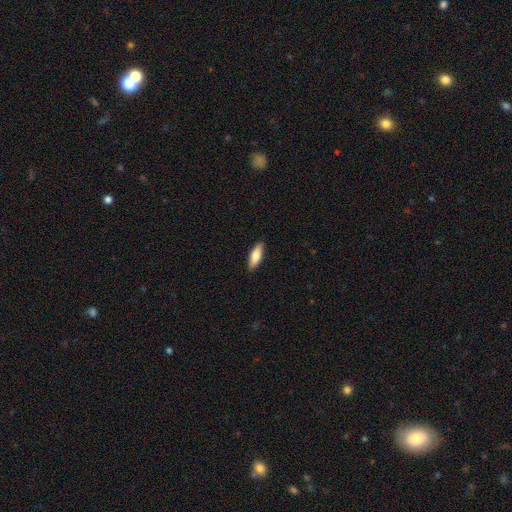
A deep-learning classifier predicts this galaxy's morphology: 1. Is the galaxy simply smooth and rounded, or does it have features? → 77% smooth, 17% featured or disk, 6% star or artifact.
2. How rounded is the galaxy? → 58% in between, 40% cigar-shaped, 2% round.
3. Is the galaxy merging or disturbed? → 89% none, 8% minor disturbance, 2% major disturbance, 1% merger.